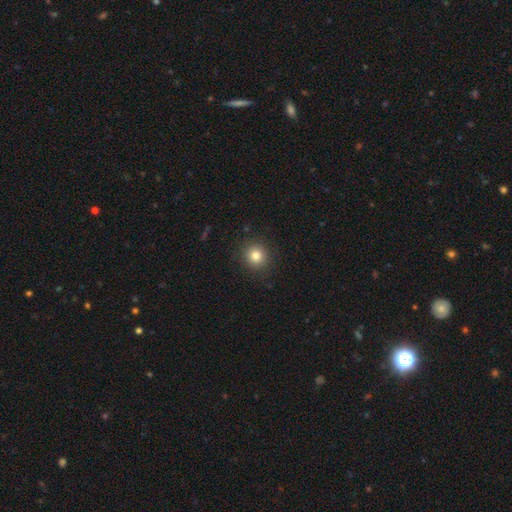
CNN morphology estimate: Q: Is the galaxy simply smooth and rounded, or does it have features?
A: smooth — 81%.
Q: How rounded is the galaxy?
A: round — 91%.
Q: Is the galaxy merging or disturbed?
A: none — 91%.